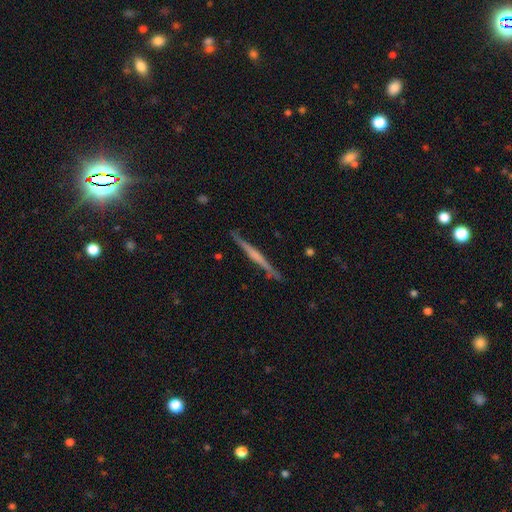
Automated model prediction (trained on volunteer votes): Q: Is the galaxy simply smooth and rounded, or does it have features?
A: featured or disk — 69%.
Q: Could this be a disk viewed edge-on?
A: yes — 98%.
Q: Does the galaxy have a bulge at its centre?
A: none — 49%.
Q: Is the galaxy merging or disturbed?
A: none — 88%.